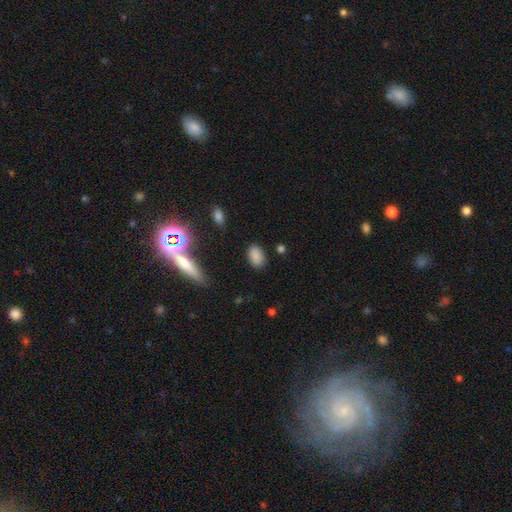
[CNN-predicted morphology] Smooth or featured? smooth (85%)
How rounded? in between (86%)
Merging? none (84%)